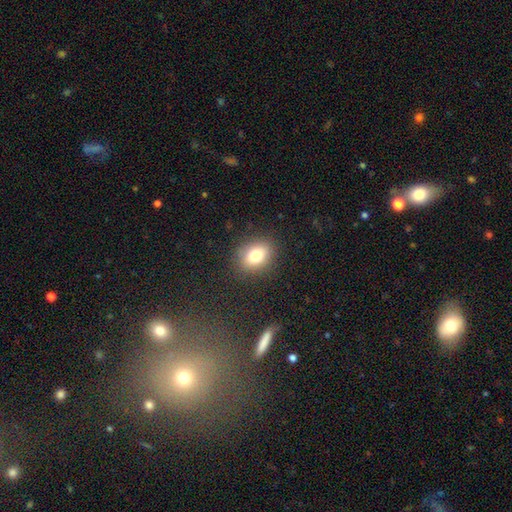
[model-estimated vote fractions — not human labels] The model was most divided on "how rounded": in between: 63%, round: 36%, cigar-shaped: 1%. More confident: merging — none (86%); smooth or featured — smooth (79%).